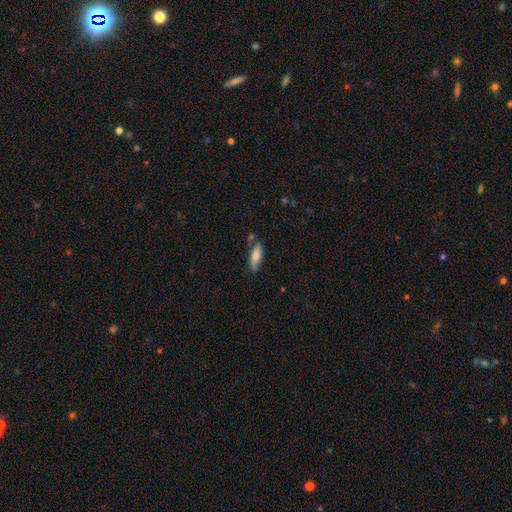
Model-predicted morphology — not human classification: The model was most divided on "how rounded": in between: 64%, cigar-shaped: 34%, round: 2%. More confident: smooth or featured — smooth (75%); merging — none (65%).